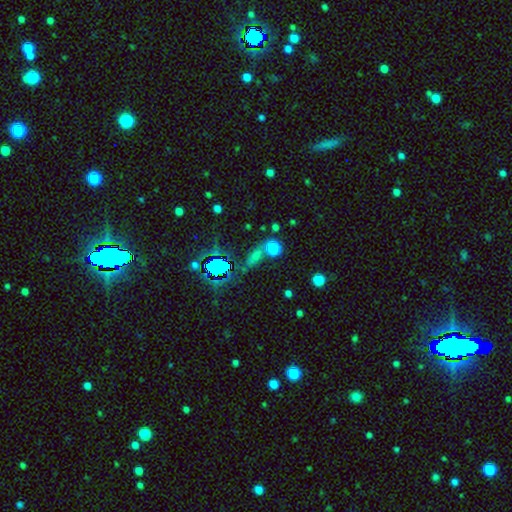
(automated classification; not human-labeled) Morphology: type=smooth (57%); roundness=round (44%); merging=none (59%).